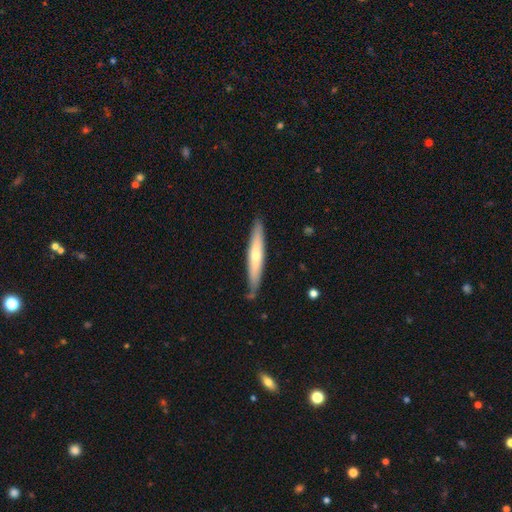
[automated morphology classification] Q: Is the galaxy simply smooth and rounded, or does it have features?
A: smooth — 48%.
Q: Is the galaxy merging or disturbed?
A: none — 83%.